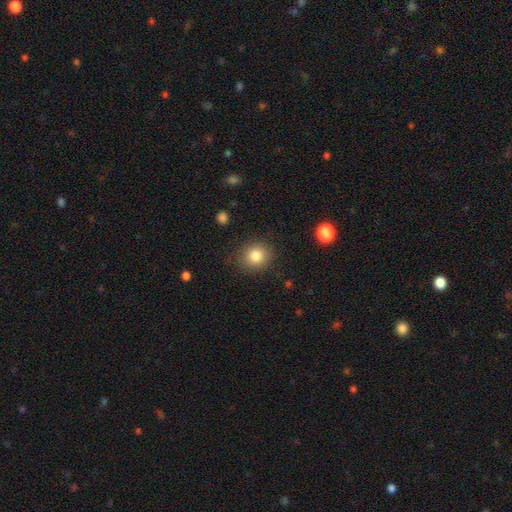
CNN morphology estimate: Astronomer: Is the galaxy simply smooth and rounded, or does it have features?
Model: smooth — 83%.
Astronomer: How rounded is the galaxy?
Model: round — 80%.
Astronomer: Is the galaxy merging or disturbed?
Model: none — 85%.